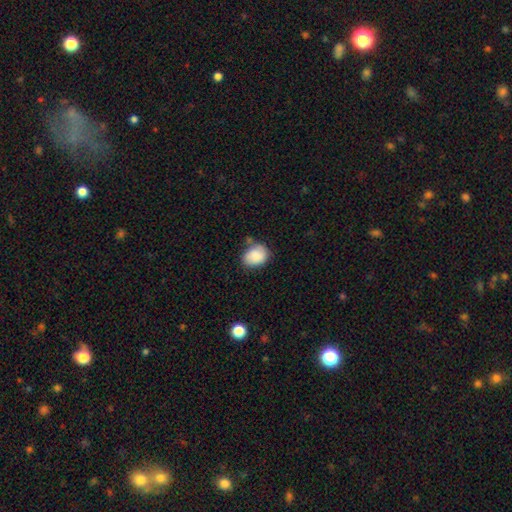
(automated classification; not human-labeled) Q: Smooth or featured?
A: smooth (84%); runner-up: featured or disk (8%)
Q: How rounded?
A: in between (63%); runner-up: round (37%)
Q: Merging?
A: none (58%); runner-up: minor disturbance (27%)